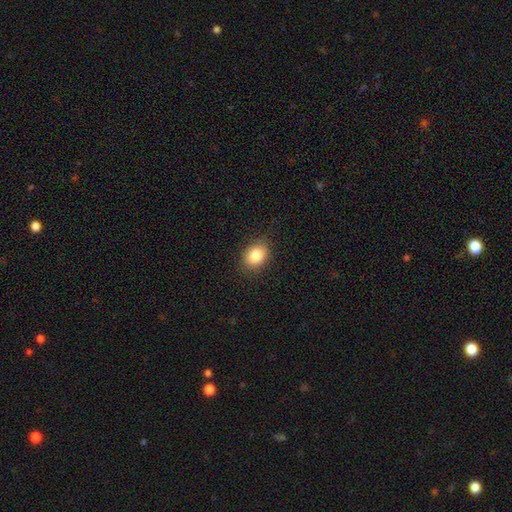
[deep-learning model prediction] This appears to be a smooth galaxy with no disk features (85%) that is in between round and cigar-shaped (62%). Merging: none (86%).